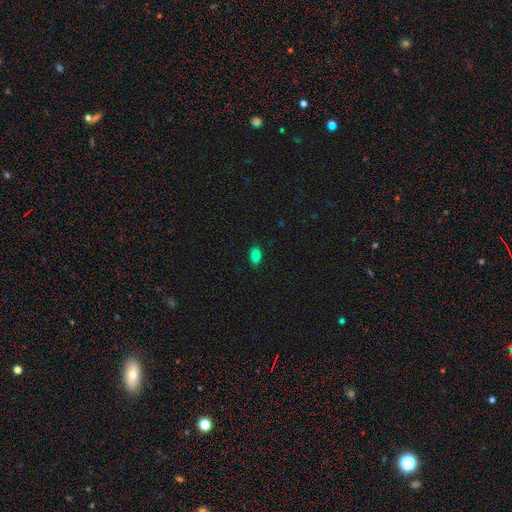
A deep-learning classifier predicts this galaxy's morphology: smooth 84%, star or artifact 10%, featured or disk 6%. Down the decision tree: how rounded — in between (87%); merging — none (86%).